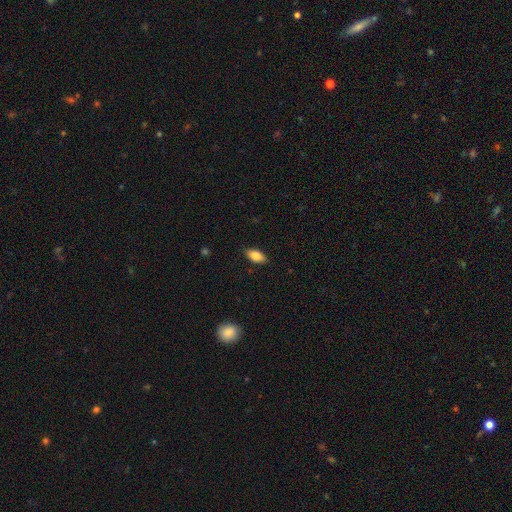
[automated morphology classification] This is clearly a smooth galaxy (83%). How rounded: clearly in between (90%). Merging: clearly none (87%).